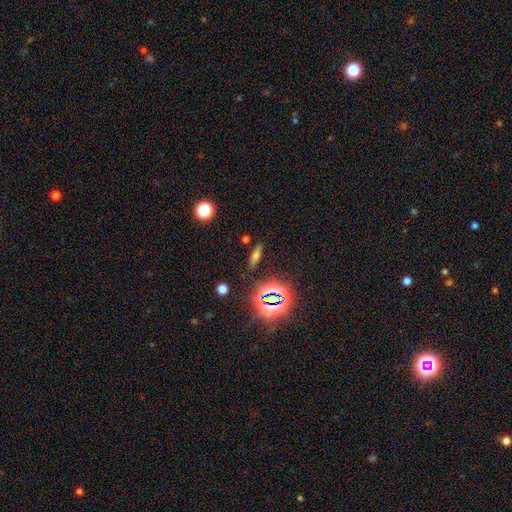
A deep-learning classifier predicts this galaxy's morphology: A smooth galaxy with no disk features (54%) that is in between round and cigar-shaped (47%). Merging: none (84%).